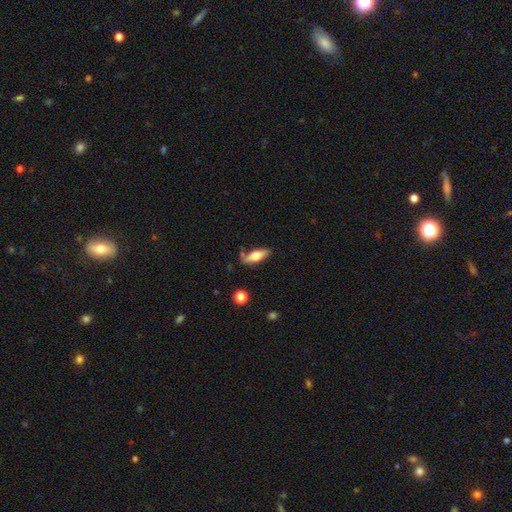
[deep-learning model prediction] This is likely a smooth galaxy (61%). How rounded: possibly in between (58%). Merging: likely none (70%).